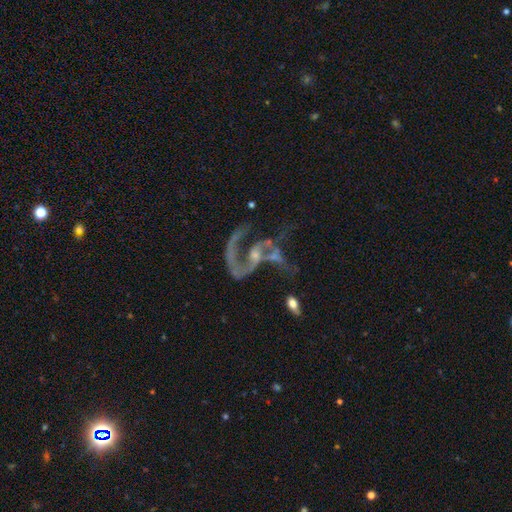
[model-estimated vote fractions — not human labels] Overall: featured or disk (81%). Edge-on disk: no (96%). Bar: no (61%; weak 28%). Spiral arms: yes (77%). Spiral arm count: 1 (49%; 2 36%). Spiral winding: loose (57%; medium 32%). Bulge size: small (45%; moderate 28%). Merging: major disturbance (35%, tied with merger).